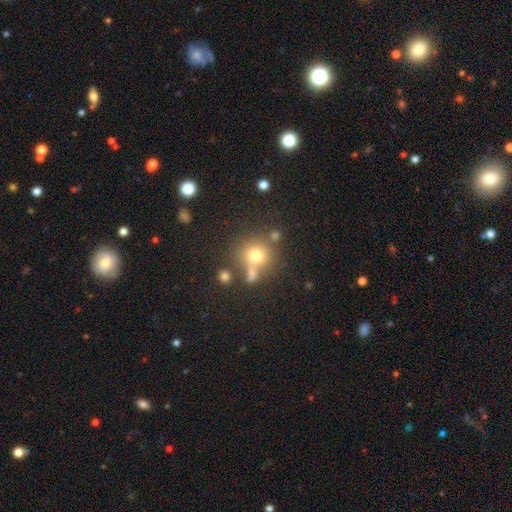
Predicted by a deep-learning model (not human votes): The model was most divided on "merging": none: 60%, merger: 22%, minor disturbance: 12%, major disturbance: 6%. More confident: how rounded — round (87%); smooth or featured — smooth (70%).